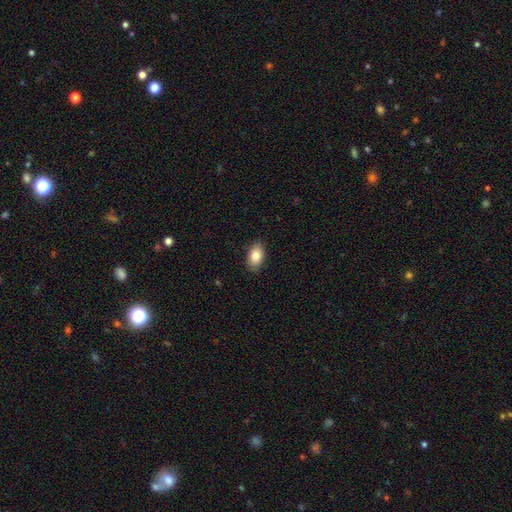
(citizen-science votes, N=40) Overall: smooth (80%). How rounded: in between (88%). Merging: none (80%).